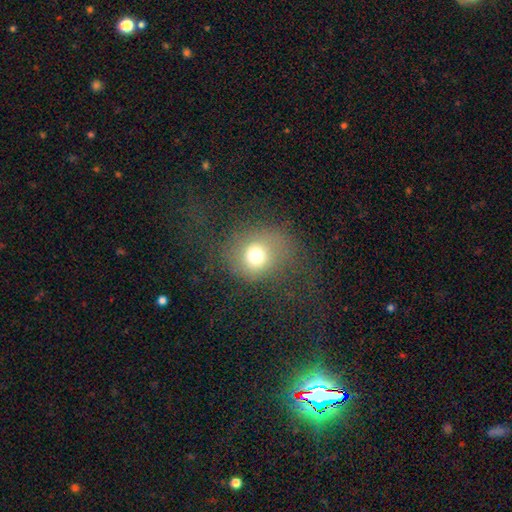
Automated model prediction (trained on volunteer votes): Smooth or featured?
  - smooth: 71% *
  - star or artifact: 16%
  - featured or disk: 14%
How rounded?
  - round: 79% *
  - in between: 20%
  - cigar-shaped: 1%
Merging?
  - none: 62% *
  - major disturbance: 20%
  - minor disturbance: 16%
  - merger: 2%